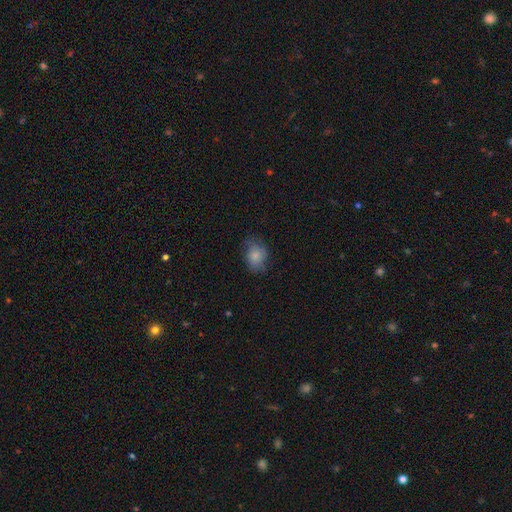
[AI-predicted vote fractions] Smooth or featured?
  - smooth: 79% *
  - featured or disk: 12%
  - star or artifact: 9%
How rounded?
  - in between: 56% *
  - round: 43%
  - cigar-shaped: 1%
Merging?
  - none: 61% *
  - minor disturbance: 27%
  - major disturbance: 10%
  - merger: 1%